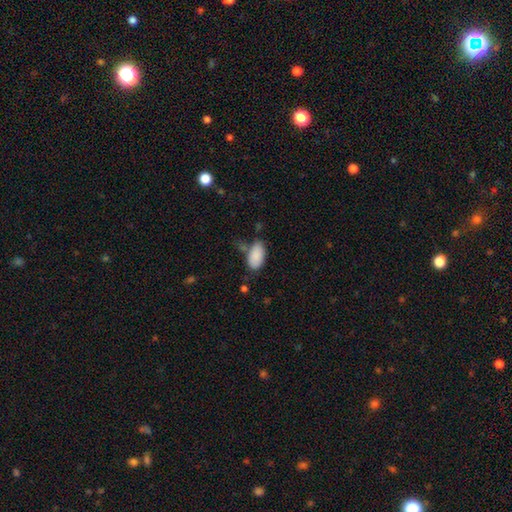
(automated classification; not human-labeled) Overall: smooth (89%). How rounded: in between (95%). Merging: none (62%).